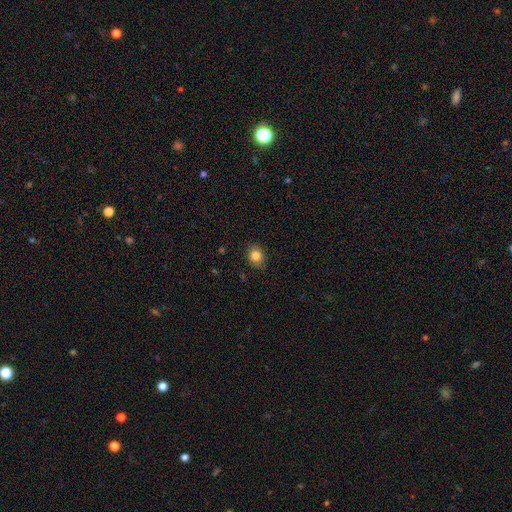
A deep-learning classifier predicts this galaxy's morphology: Smooth or featured? Predicted: smooth (p=0.84). How rounded? Predicted: round (p=0.51). Merging? Predicted: none (p=0.87).